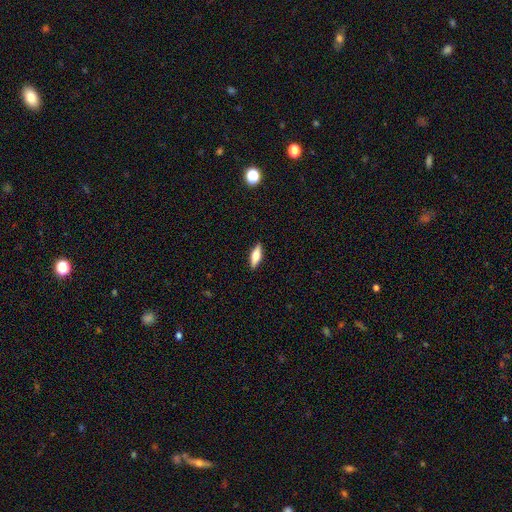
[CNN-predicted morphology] Smooth or featured? smooth (61%)
How rounded? in between (53%)
Merging? none (90%)